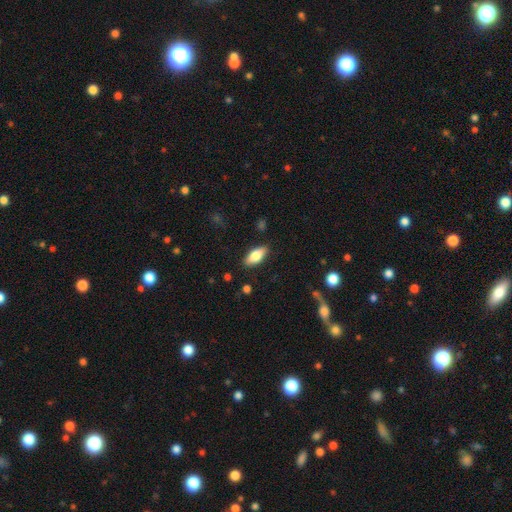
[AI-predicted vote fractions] Q: Smooth or featured?
A: smooth (73%); runner-up: featured or disk (20%)
Q: How rounded?
A: in between (82%); runner-up: cigar-shaped (16%)
Q: Merging?
A: none (86%); runner-up: minor disturbance (10%)